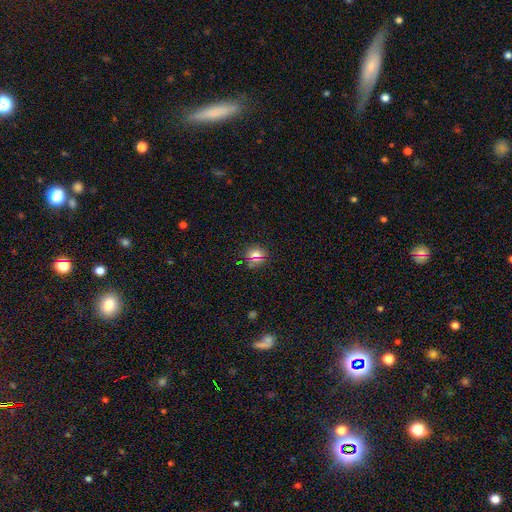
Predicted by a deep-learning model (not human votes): Smooth or featured? smooth (66%)
How rounded? round (88%)
Merging? none (87%)